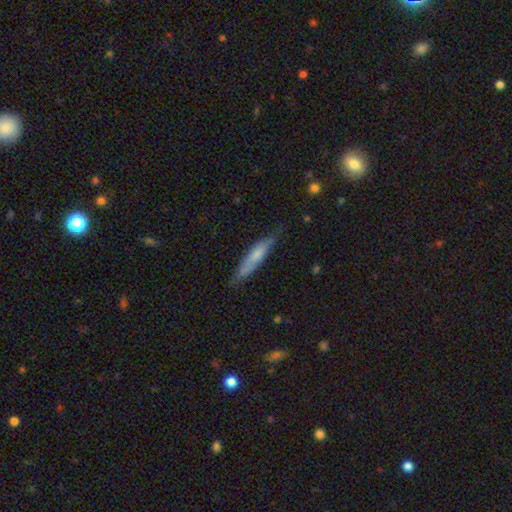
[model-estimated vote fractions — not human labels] A smooth galaxy with no disk features (61%) that is cigar-shaped (82%).

Vote fractions:
- Smooth or featured? smooth: 61% / featured or disk: 33% / star or artifact: 6%
- How rounded? cigar-shaped: 82% / in between: 16% / round: 2%
- Merging? none: 68% / minor disturbance: 25% / major disturbance: 5% / merger: 2%